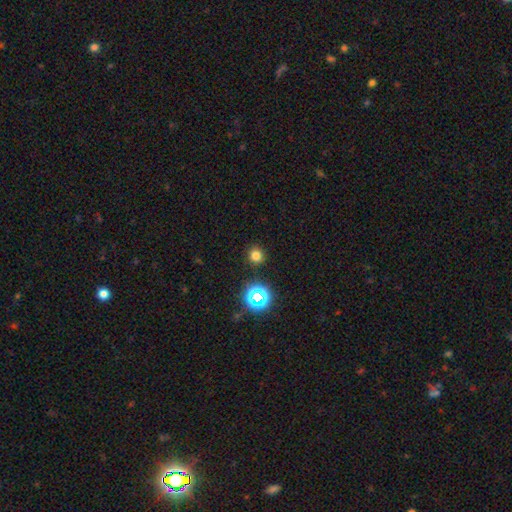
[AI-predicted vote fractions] Smooth or featured: smooth — 73% (star or artifact — 22%)
How rounded: round — 92% (in between — 7%)
Merging: none — 90% (minor disturbance — 6%)